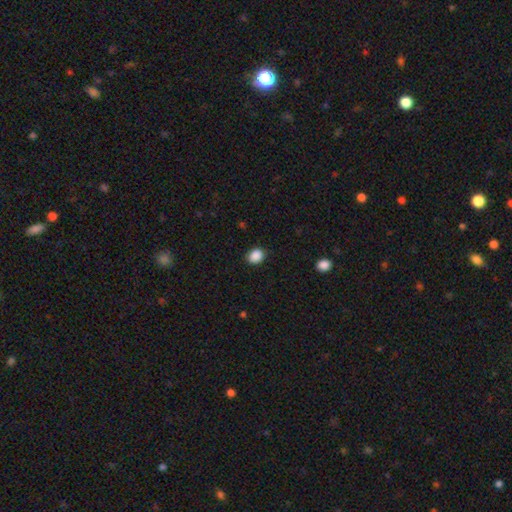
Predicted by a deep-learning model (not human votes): Morphology: type=smooth (89%); roundness=round (53%); merging=none (88%).